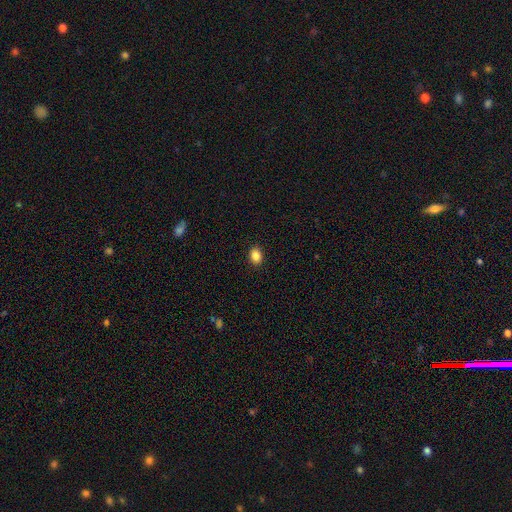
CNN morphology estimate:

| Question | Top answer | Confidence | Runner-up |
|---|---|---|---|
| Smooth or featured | smooth | 87% | star or artifact (9%) |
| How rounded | in between | 67% | round (32%) |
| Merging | none | 90% | minor disturbance (7%) |